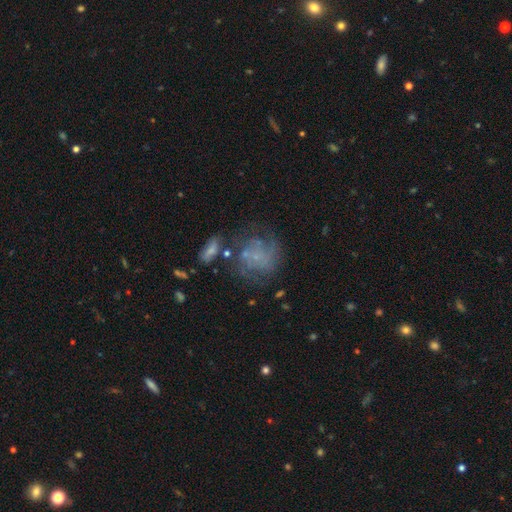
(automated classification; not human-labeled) Smooth or featured?
  - featured or disk: 48% *
  - smooth: 35%
  - star or artifact: 17%
Merging?
  - none: 50% *
  - major disturbance: 21%
  - minor disturbance: 20%
  - merger: 9%